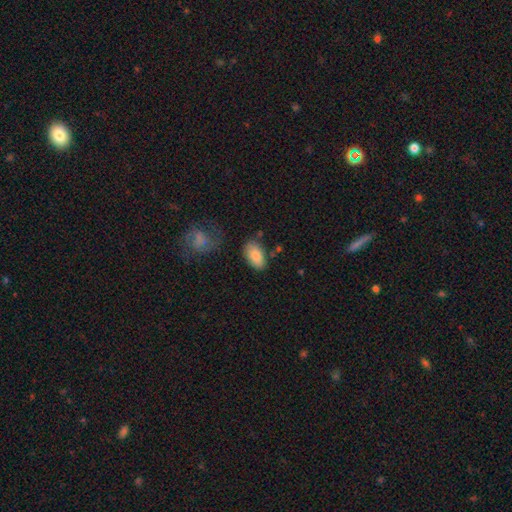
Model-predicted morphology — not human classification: Smooth or featured?
  - smooth: 85% *
  - featured or disk: 8%
  - star or artifact: 7%
How rounded?
  - in between: 94% *
  - round: 4%
  - cigar-shaped: 2%
Merging?
  - none: 74% *
  - minor disturbance: 17%
  - merger: 5%
  - major disturbance: 4%